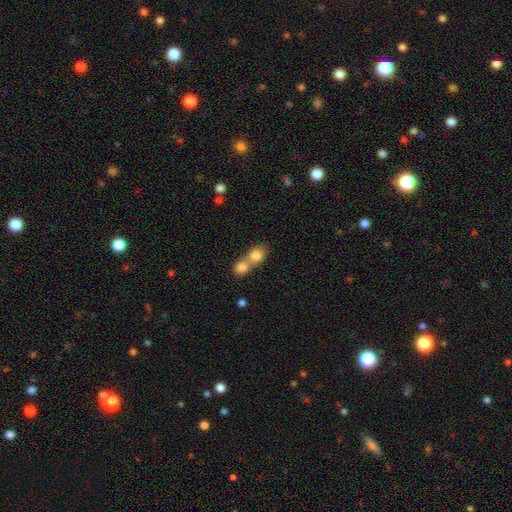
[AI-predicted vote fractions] Q: Smooth or featured?
A: smooth (79%); runner-up: featured or disk (13%)
Q: How rounded?
A: round (52%); runner-up: in between (46%)
Q: Merging?
A: merger (72%); runner-up: none (21%)